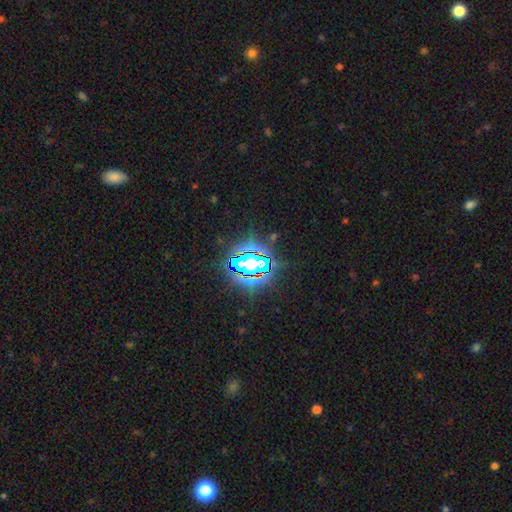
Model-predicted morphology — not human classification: Smooth or featured?
  - star or artifact: 77% *
  - smooth: 13%
  - featured or disk: 10%